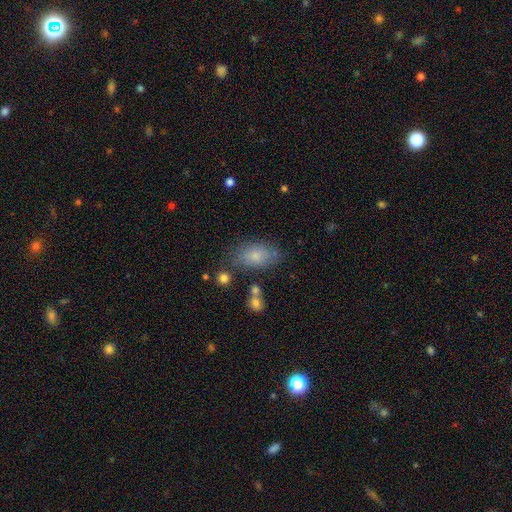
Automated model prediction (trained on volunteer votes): A smooth galaxy with no disk features (77%) that is in between round and cigar-shaped (89%). Merging: none (71%).